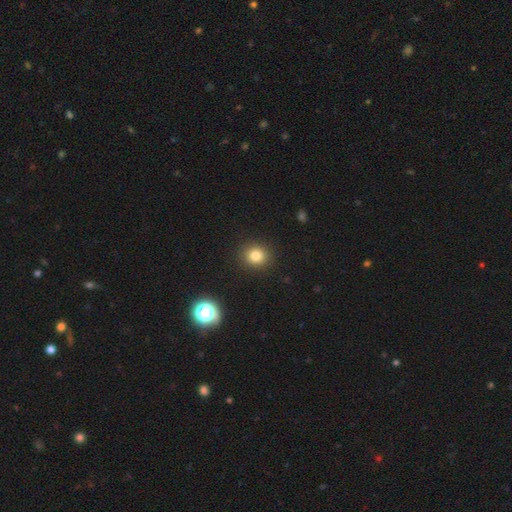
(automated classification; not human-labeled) Smooth or featured: smooth — 81% (star or artifact — 13%)
How rounded: round — 85% (in between — 14%)
Merging: none — 91% (minor disturbance — 6%)